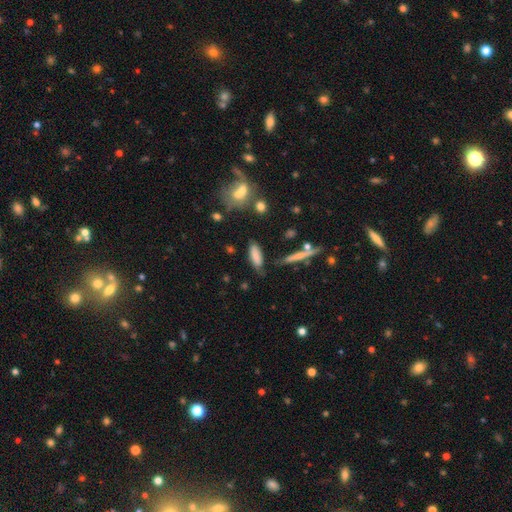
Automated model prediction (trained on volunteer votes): A smooth galaxy with no disk features (80%) that is in between round and cigar-shaped (57%). Merging: none (67%).